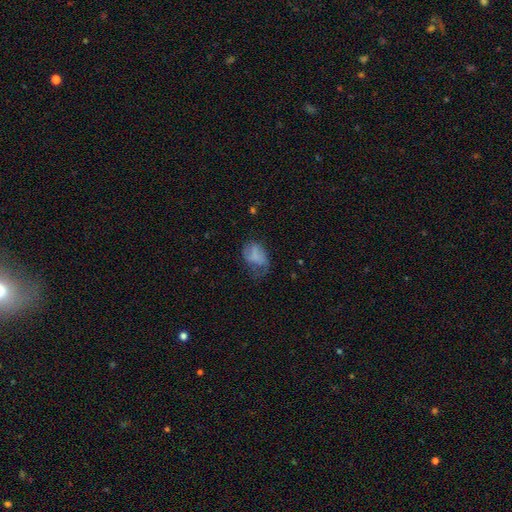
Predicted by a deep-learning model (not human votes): Q: Smooth or featured?
A: smooth (60%); runner-up: featured or disk (29%)
Q: How rounded?
A: in between (79%); runner-up: round (20%)
Q: Merging?
A: major disturbance (37%); runner-up: minor disturbance (32%)